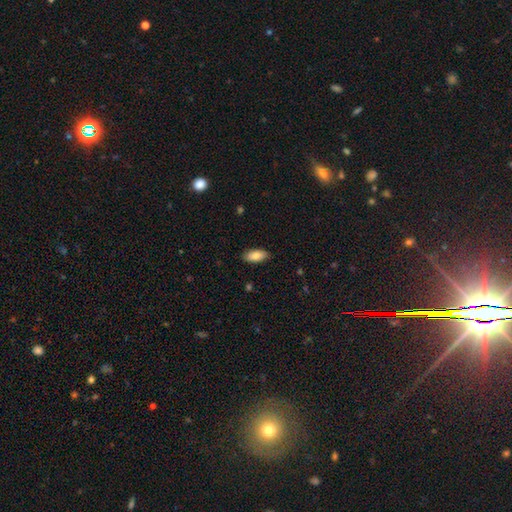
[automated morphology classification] This appears to be a smooth galaxy with no disk features (84%) that is in between round and cigar-shaped (88%). Merging: none (86%).